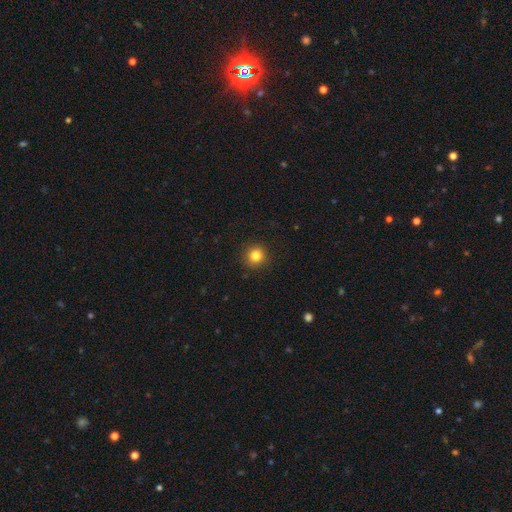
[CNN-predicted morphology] This is clearly a smooth galaxy (83%). How rounded: clearly round (93%). Merging: clearly none (91%).